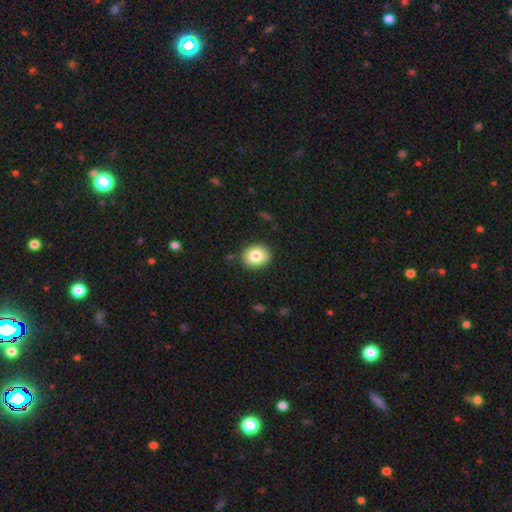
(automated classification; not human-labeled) A smooth galaxy with no disk features (81%) that is round (67%).

Vote fractions:
- Smooth or featured? smooth: 81% / featured or disk: 10% / star or artifact: 9%
- How rounded? round: 67% / in between: 32% / cigar-shaped: 1%
- Merging? none: 87% / minor disturbance: 9% / major disturbance: 2% / merger: 2%